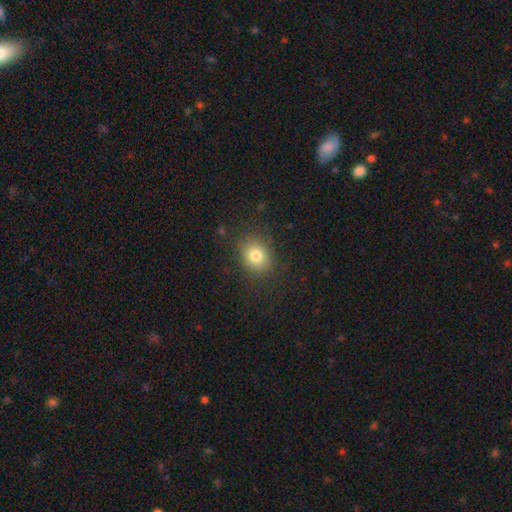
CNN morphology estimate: Q: Smooth or featured?
A: smooth (79%); runner-up: star or artifact (12%)
Q: How rounded?
A: round (63%); runner-up: in between (36%)
Q: Merging?
A: none (85%); runner-up: minor disturbance (10%)